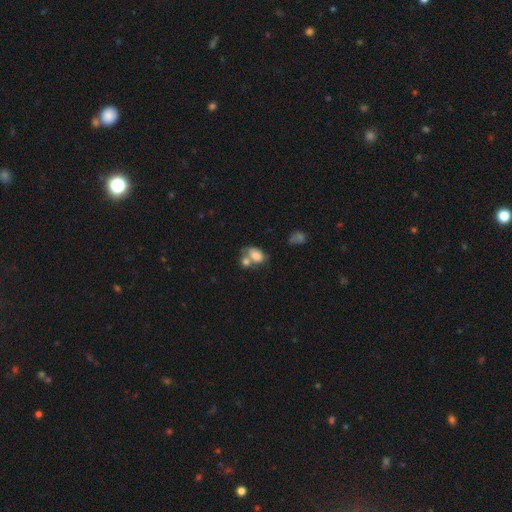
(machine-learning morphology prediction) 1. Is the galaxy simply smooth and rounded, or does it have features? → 75% smooth, 16% featured or disk, 9% star or artifact.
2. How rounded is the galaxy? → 78% in between, 21% round, 1% cigar-shaped.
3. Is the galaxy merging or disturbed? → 51% merger, 27% none, 13% minor disturbance, 8% major disturbance.